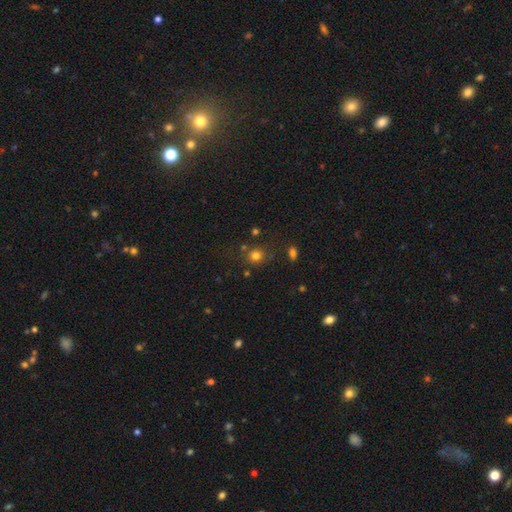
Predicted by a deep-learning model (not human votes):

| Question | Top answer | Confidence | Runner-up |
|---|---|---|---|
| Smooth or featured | smooth | 77% | star or artifact (16%) |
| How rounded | round | 84% | in between (15%) |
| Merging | none | 77% | minor disturbance (11%) |